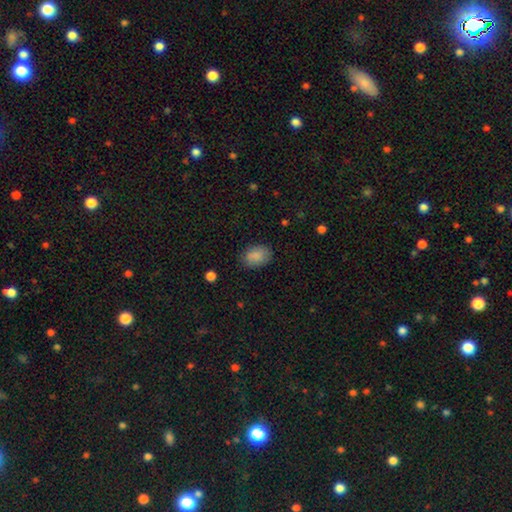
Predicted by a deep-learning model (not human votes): A smooth galaxy with no disk features (88%) that is in between round and cigar-shaped (84%).

Vote fractions:
- Smooth or featured? smooth: 88% / star or artifact: 8% / featured or disk: 5%
- How rounded? in between: 84% / round: 15% / cigar-shaped: 1%
- Merging? none: 81% / minor disturbance: 14% / major disturbance: 3% / merger: 1%